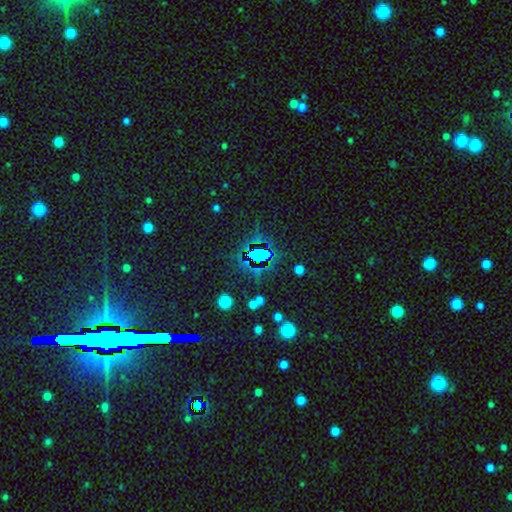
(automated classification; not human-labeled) Overall: star or artifact (69%).